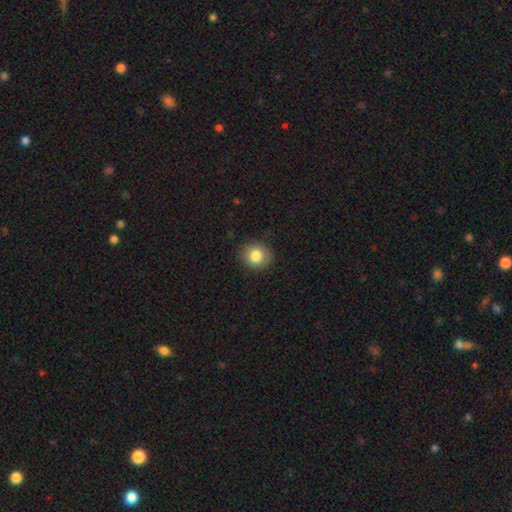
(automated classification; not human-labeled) The model was most divided on "how rounded": round: 80%, in between: 19%, cigar-shaped: 1%. More confident: merging — none (88%); smooth or featured — smooth (83%).